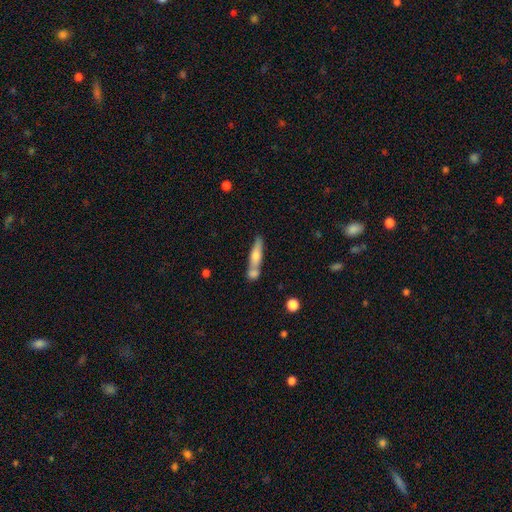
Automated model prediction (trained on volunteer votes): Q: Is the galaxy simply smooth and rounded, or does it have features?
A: smooth — 57%.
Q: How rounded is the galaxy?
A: cigar-shaped — 80%.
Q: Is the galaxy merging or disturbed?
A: none — 51%.